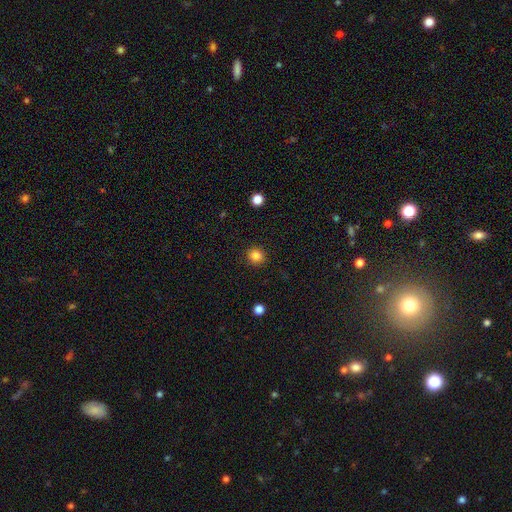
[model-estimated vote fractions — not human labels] smooth-or-featured: smooth: 84% | star or artifact: 11% | featured or disk: 5%
  how-rounded: round: 88% | in between: 11% | cigar-shaped: 1%
  merging: none: 91% | minor disturbance: 6% | major disturbance: 2% | merger: 1%